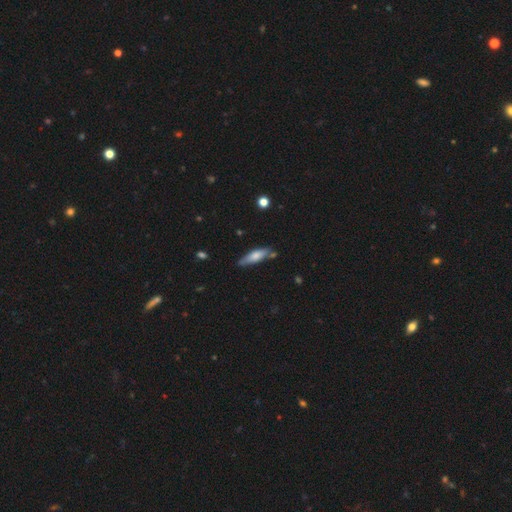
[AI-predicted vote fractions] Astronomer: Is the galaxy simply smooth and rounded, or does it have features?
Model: smooth — 62%.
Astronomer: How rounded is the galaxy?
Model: cigar-shaped — 63%.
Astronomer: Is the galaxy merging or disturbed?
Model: none — 72%.